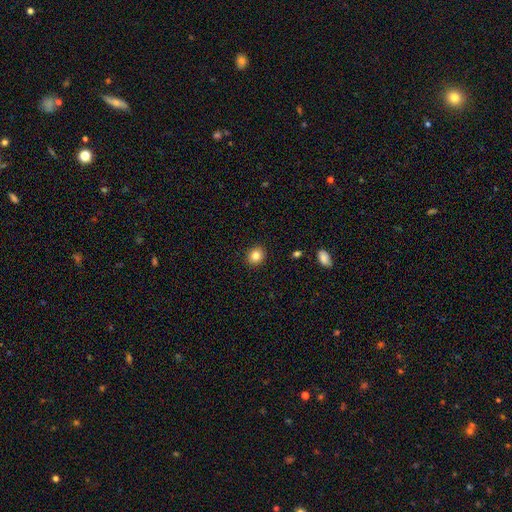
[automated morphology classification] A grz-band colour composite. It shows a smooth galaxy with no disk features (84%) that is round (82%). Merging: none (92%).